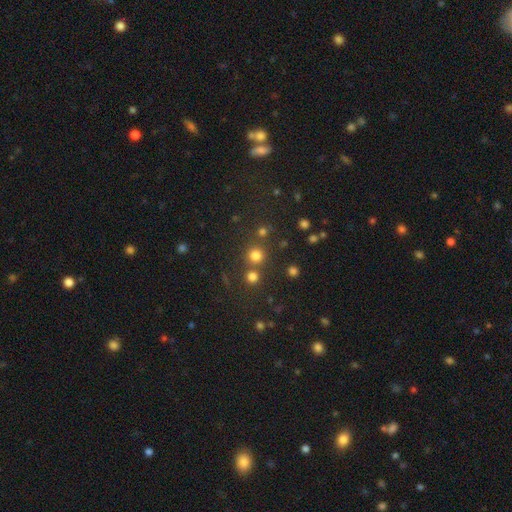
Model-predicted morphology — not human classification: The model was most divided on "merging": none: 74%, merger: 18%, minor disturbance: 6%, major disturbance: 3%. More confident: how rounded — round (93%); smooth or featured — smooth (77%).